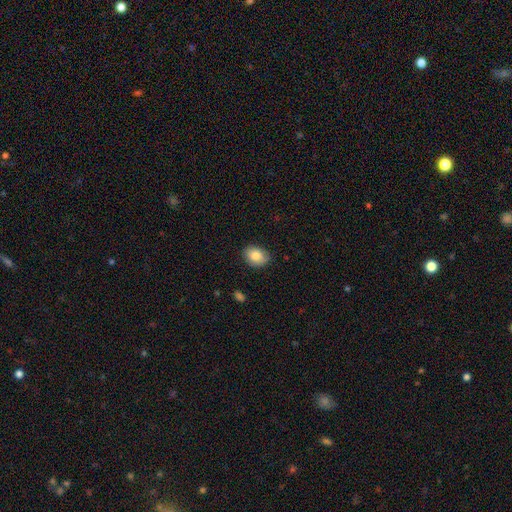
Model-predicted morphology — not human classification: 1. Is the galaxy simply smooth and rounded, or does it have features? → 84% smooth, 8% featured or disk, 7% star or artifact.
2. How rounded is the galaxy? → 74% in between, 25% round, 1% cigar-shaped.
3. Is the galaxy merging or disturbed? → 83% none, 13% minor disturbance, 2% major disturbance, 1% merger.